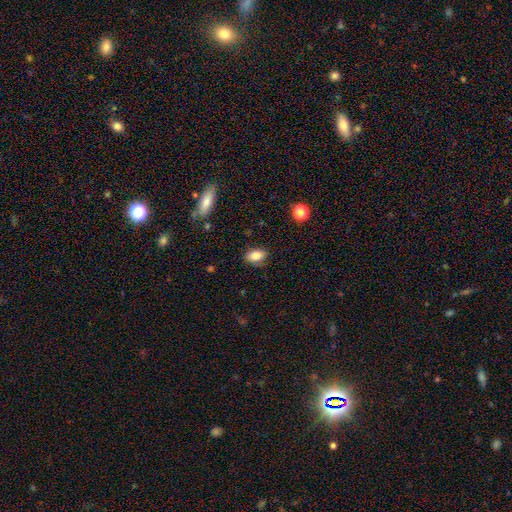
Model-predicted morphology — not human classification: This appears to be a smooth galaxy with no disk features (84%) that is in between round and cigar-shaped (87%). Merging: none (82%).